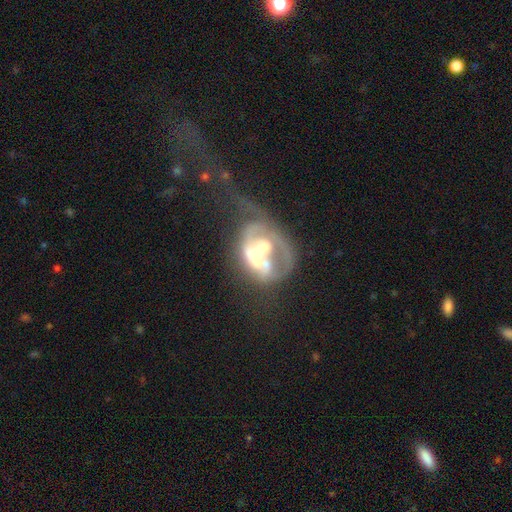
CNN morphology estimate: smooth_or_featured: featured or disk (p=0.70) [alt: smooth p=0.21]
disk_edge_on: no (p=0.97) [alt: yes p=0.03]
bar: no (p=0.75) [alt: weak p=0.18]
has_spiral_arms: no (p=0.57) [alt: yes p=0.43]
bulge_size: moderate (p=0.46) [alt: large p=0.21]
merging: merger (p=0.44) [alt: major disturbance p=0.34]